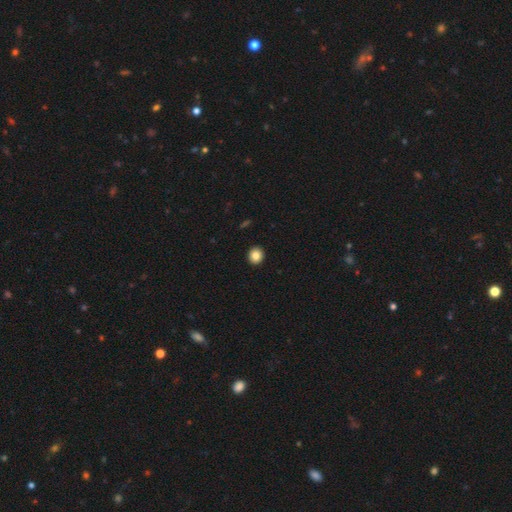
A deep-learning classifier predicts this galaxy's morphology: Smooth or featured? smooth (85%)
How rounded? round (86%)
Merging? none (93%)